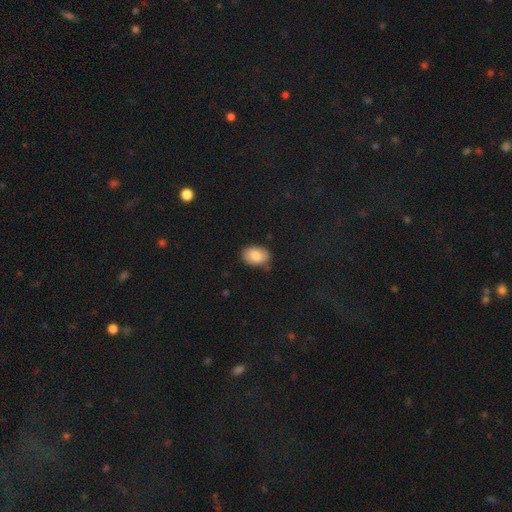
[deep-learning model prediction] Smooth or featured? smooth (83%)
How rounded? in between (84%)
Merging? none (80%)